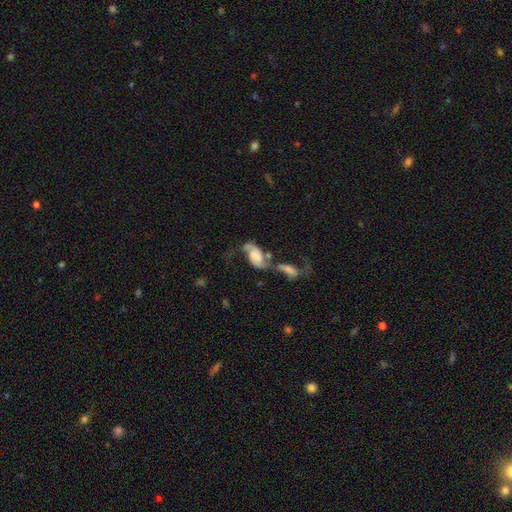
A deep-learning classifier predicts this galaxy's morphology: A featured or disk galaxy (65%) with no bar (57%), 2 (86%) loose (68%) spiral arms (88%) and no central bulge (33%).

Vote fractions:
- Smooth or featured? featured or disk: 65% / smooth: 27% / star or artifact: 8%
- Edge-on disk? no: 95% / yes: 5%
- Bar? no: 57% / weak: 30% / strong: 13%
- Spiral arms? yes: 88% / no: 12%
- Spiral winding? loose: 68% / medium: 24% / tight: 8%
- Spiral arm count? 2: 86% / 1: 6% / can't tell: 5% / 3: 1% / 4: 1% / more than 4: 1%
- Bulge size? none: 33% / large: 25% / moderate: 17% / small: 17% / dominant: 8%
- Merging? merger: 49% / none: 21% / major disturbance: 18% / minor disturbance: 12%